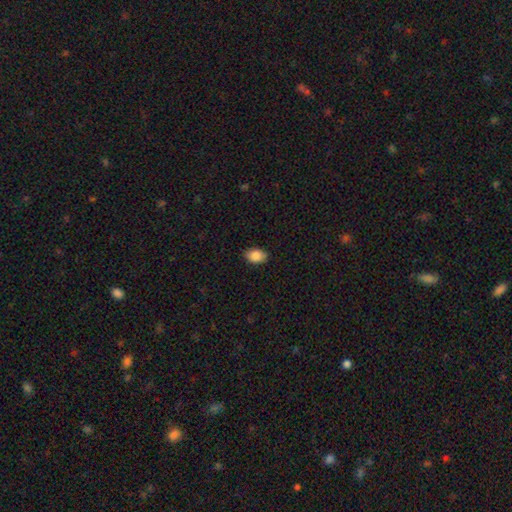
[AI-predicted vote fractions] A smooth galaxy with no disk features (87%) that is in between round and cigar-shaped (86%). Merging: none (86%).